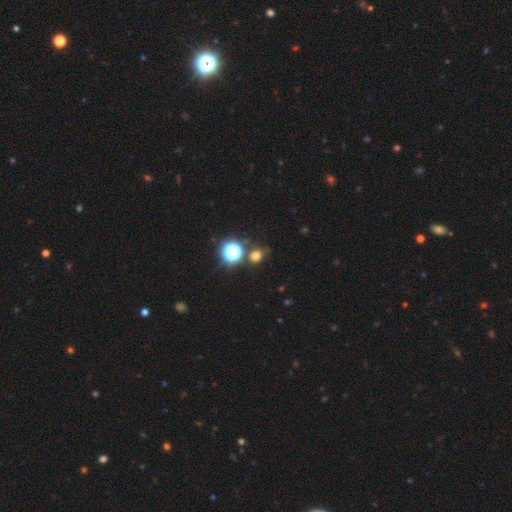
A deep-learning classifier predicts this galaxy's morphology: A smooth galaxy with no disk features (63%) that is round (69%). Merging: none (71%).